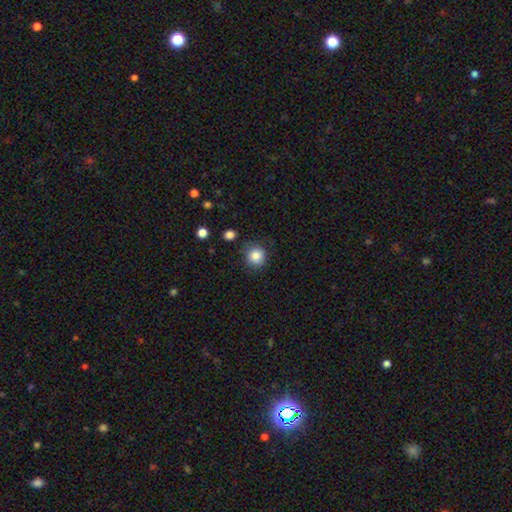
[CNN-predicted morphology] Smooth or featured? smooth (85%)
How rounded? round (89%)
Merging? none (78%)